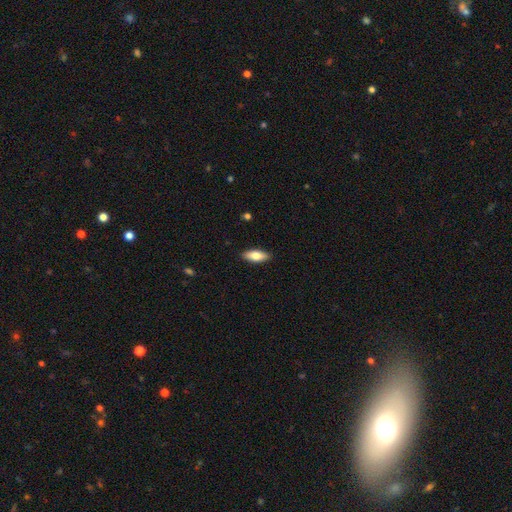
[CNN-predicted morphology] The model was most divided on "how rounded": in between: 76%, cigar-shaped: 22%, round: 2%. More confident: merging — none (89%); smooth or featured — smooth (78%).